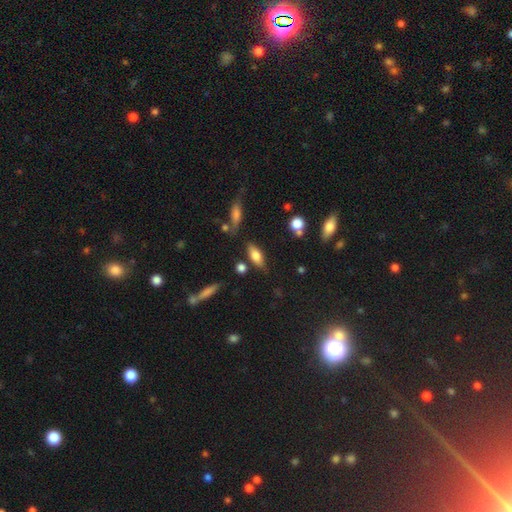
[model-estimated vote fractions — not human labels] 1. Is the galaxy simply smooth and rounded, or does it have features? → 71% smooth, 21% featured or disk, 8% star or artifact.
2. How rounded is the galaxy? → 74% in between, 23% cigar-shaped, 3% round.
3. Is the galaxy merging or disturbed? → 76% none, 14% minor disturbance, 6% merger, 4% major disturbance.